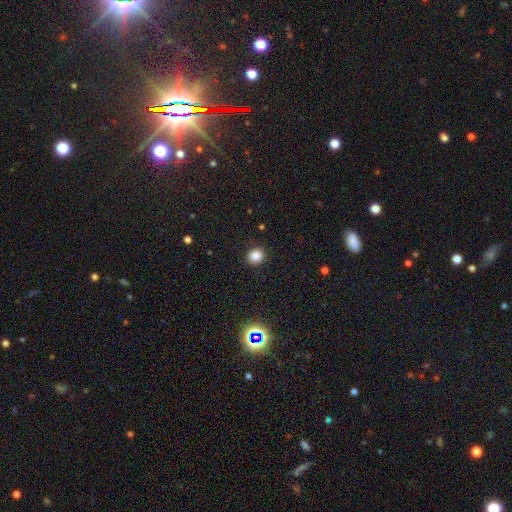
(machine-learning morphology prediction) Smooth or featured?
  - smooth: 85% *
  - star or artifact: 11%
  - featured or disk: 4%
How rounded?
  - round: 73% *
  - in between: 26%
  - cigar-shaped: 1%
Merging?
  - none: 90% *
  - minor disturbance: 7%
  - major disturbance: 2%
  - merger: 1%